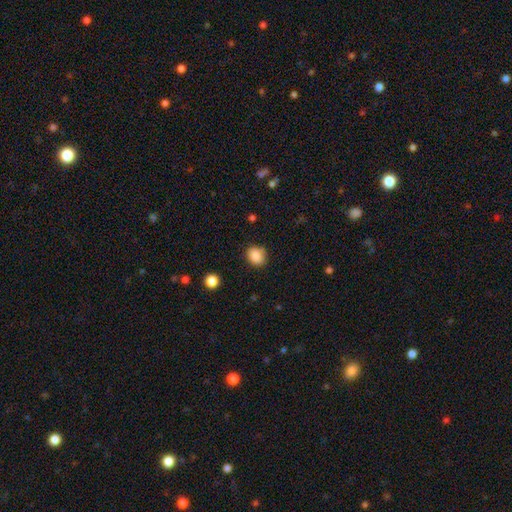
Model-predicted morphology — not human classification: This appears to be a smooth galaxy with no disk features (86%) that is round (54%). Merging: none (78%).